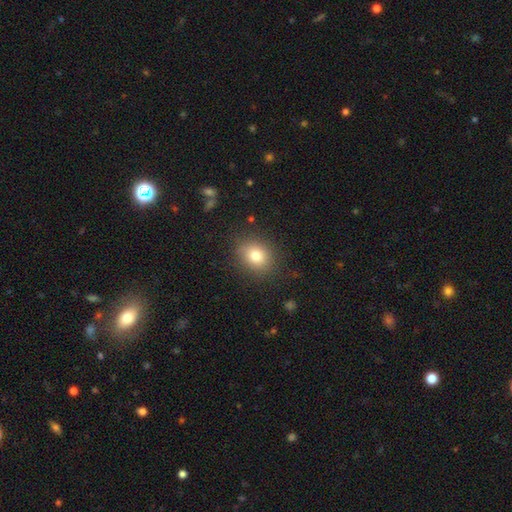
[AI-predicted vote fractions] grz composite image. It shows a smooth galaxy with no disk features (79%) that is round (63%). Merging: none (85%).